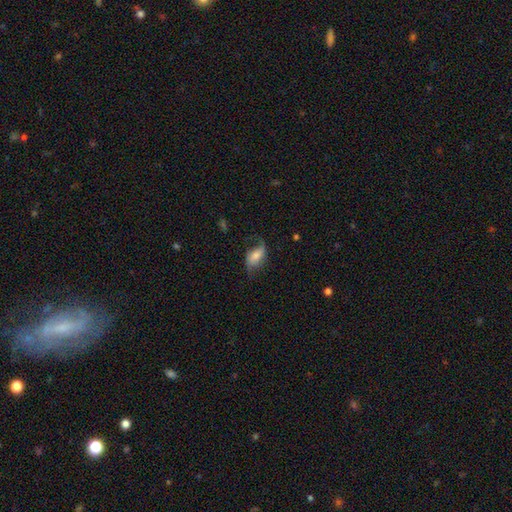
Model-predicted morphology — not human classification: A featured or disk galaxy (50%). Merging: none (54%).